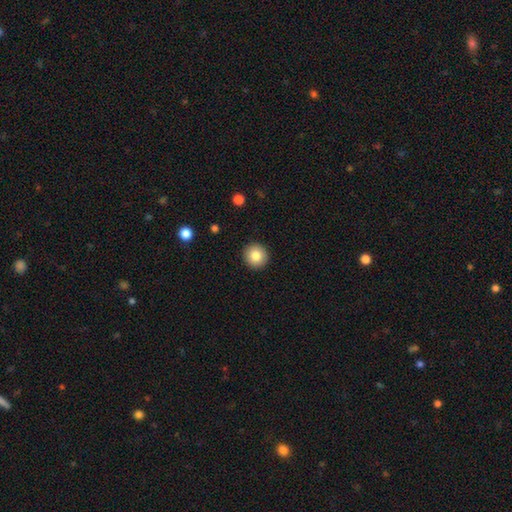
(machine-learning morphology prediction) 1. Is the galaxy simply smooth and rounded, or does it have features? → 84% smooth, 9% star or artifact, 7% featured or disk.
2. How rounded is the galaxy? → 94% round, 5% in between, 1% cigar-shaped.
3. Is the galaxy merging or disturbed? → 93% none, 5% minor disturbance, 2% major disturbance, 1% merger.